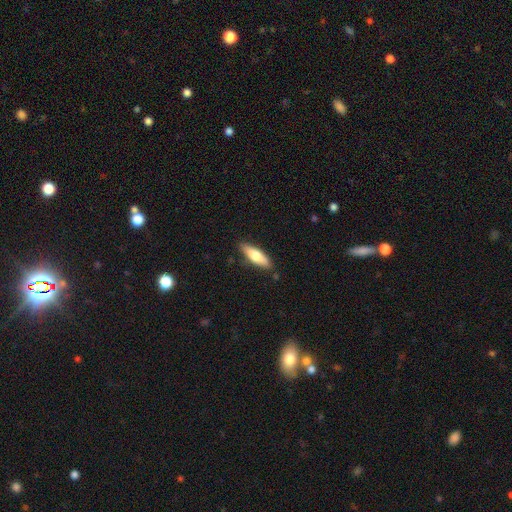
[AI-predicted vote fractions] Smooth or featured? smooth (67%)
How rounded? cigar-shaped (51%)
Merging? none (84%)